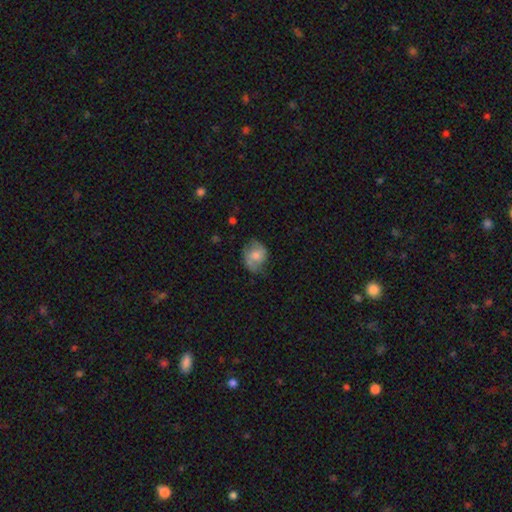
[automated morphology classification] A smooth galaxy with no disk features (56%) that is in between round and cigar-shaped (51%). Merging: none (53%).